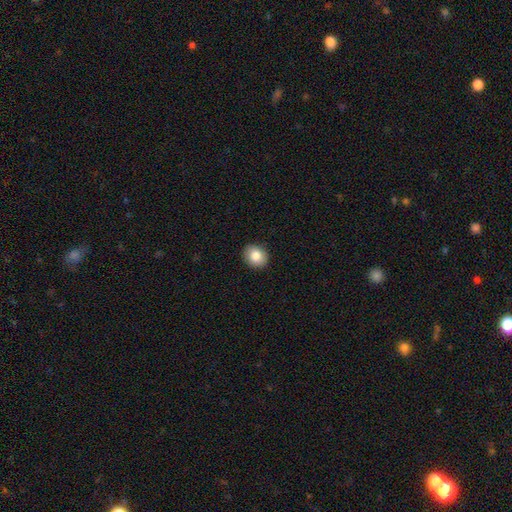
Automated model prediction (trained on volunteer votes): smooth_or_featured: smooth (p=0.84) [alt: star or artifact p=0.08]
how_rounded: round (p=0.65) [alt: in between p=0.34]
merging: none (p=0.91) [alt: minor disturbance p=0.07]